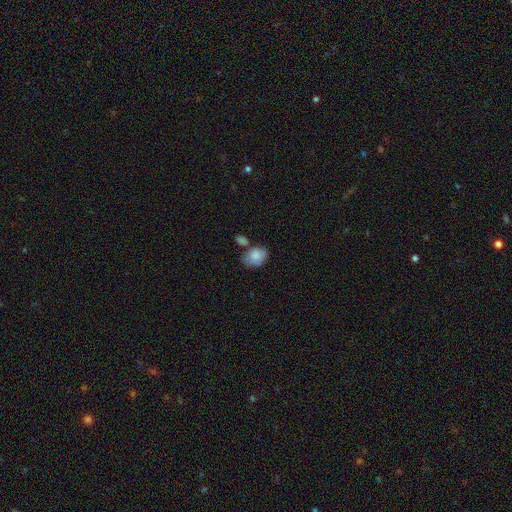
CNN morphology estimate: Smooth or featured? Predicted: smooth (p=0.81). How rounded? Predicted: in between (p=0.76). Merging? Predicted: none (p=0.45).